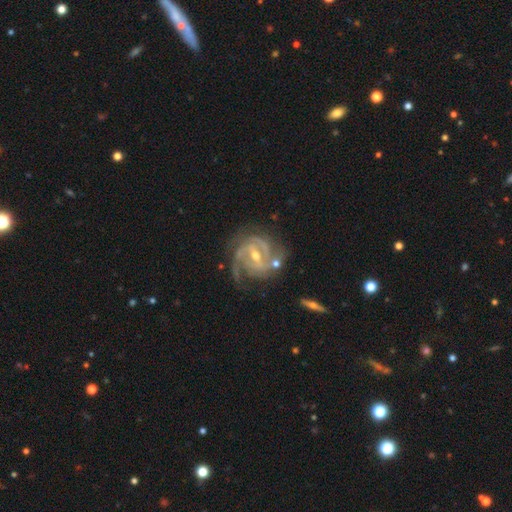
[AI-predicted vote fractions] Smooth or featured? Predicted: featured or disk (p=0.92). Edge-on disk? Predicted: no (p=0.97). Bar? Predicted: weak (p=0.44). Spiral arms? Predicted: yes (p=0.98). Spiral winding? Predicted: tight (p=0.56). Spiral arm count? Predicted: 3 (p=0.39). Bulge size? Predicted: moderate (p=0.52). Merging? Predicted: none (p=0.66).